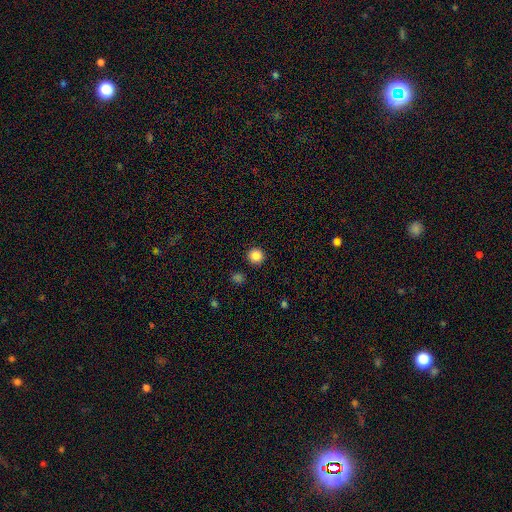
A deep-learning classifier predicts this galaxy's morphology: Smooth or featured? smooth (86%)
How rounded? round (95%)
Merging? none (92%)